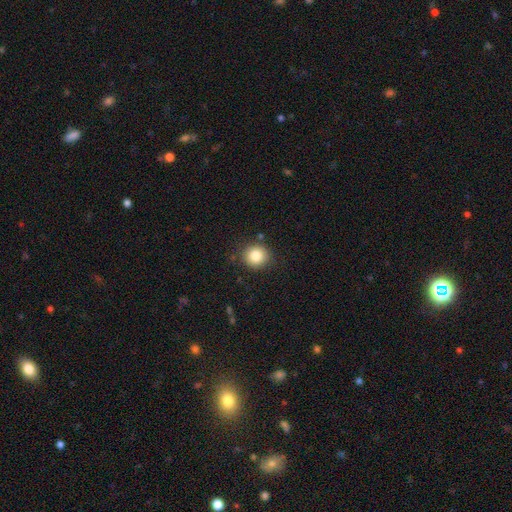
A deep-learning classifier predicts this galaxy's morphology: Overall: smooth (83%). How rounded: round (88%). Merging: none (87%).